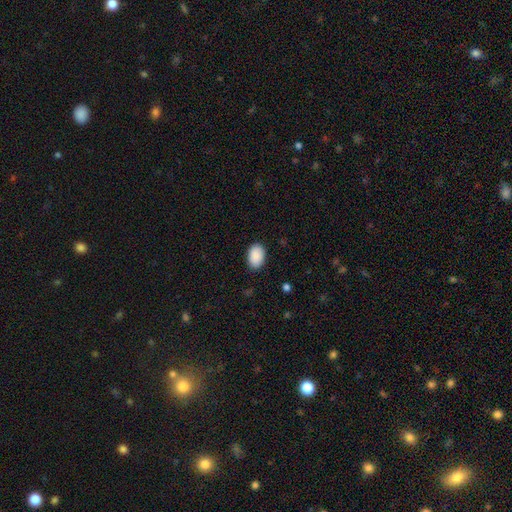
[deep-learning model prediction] Smooth or featured? Predicted: smooth (p=0.91). How rounded? Predicted: in between (p=0.86). Merging? Predicted: none (p=0.86).